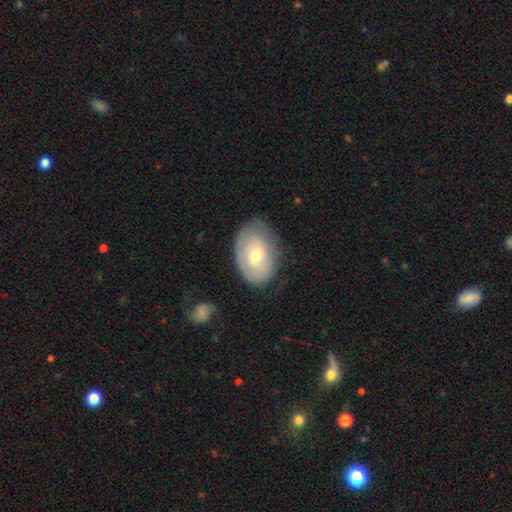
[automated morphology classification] Q: Smooth or featured?
A: smooth (50%); runner-up: featured or disk (44%)
Q: Merging?
A: none (70%); runner-up: minor disturbance (22%)